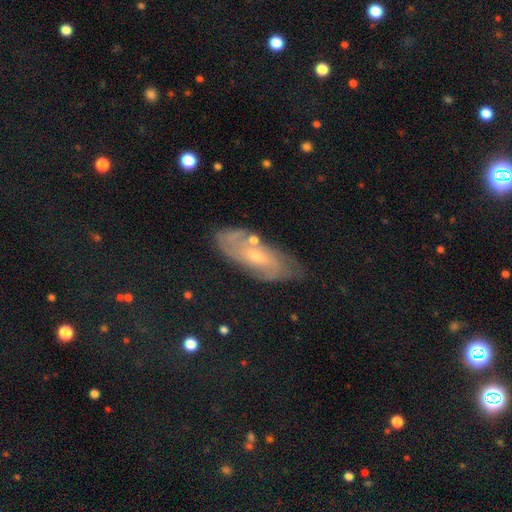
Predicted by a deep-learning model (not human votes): This is possibly a featured or disk galaxy (54%). It is likely not viewed edge-on (79%). Merging: likely none (73%).